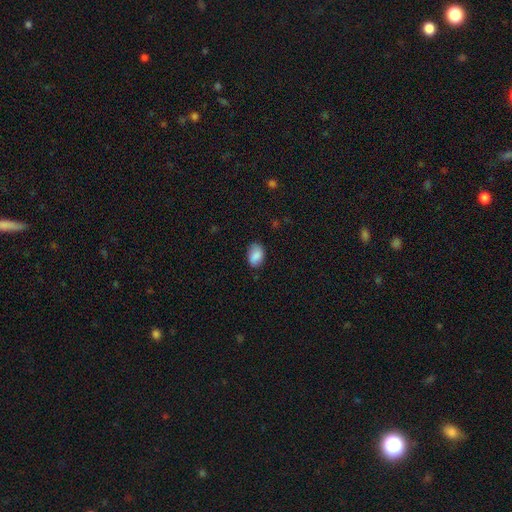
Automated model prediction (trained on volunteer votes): Morphology: type=smooth (87%); roundness=in between (84%); merging=none (78%).